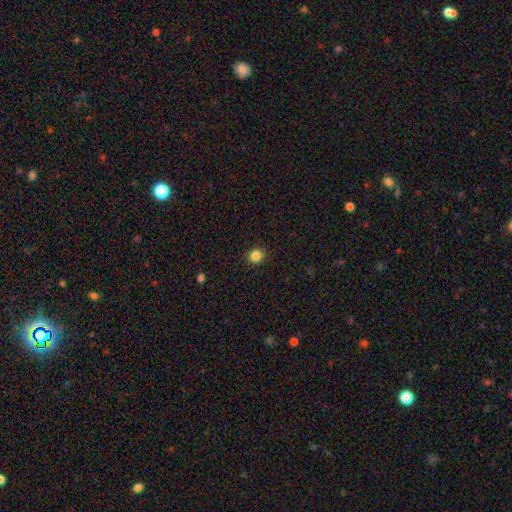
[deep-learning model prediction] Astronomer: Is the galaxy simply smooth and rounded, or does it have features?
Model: smooth — 84%.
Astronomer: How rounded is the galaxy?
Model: round — 86%.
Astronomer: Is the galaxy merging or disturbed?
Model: none — 91%.